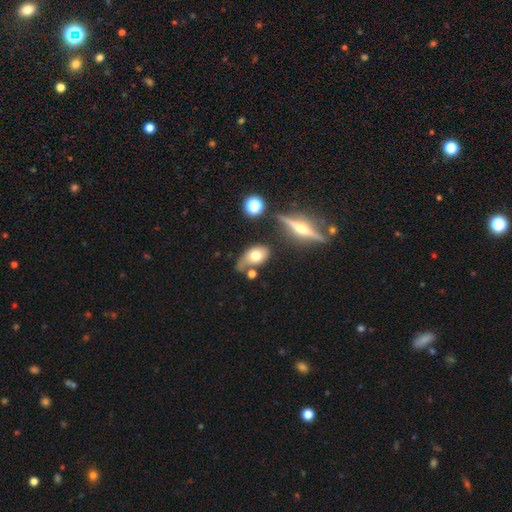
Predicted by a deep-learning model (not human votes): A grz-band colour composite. It shows a smooth galaxy with no disk features (61%) that is in between round and cigar-shaped (83%). Merging: none (44%).